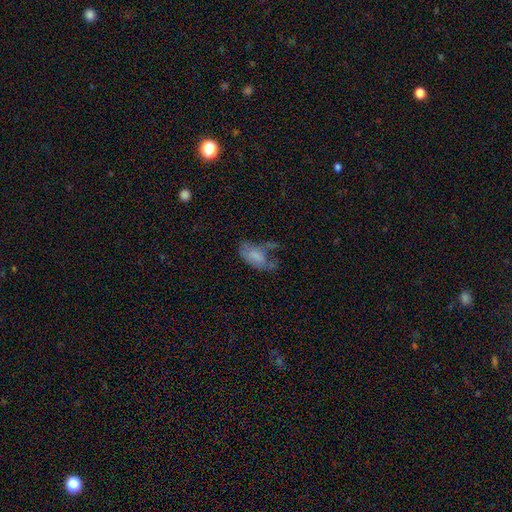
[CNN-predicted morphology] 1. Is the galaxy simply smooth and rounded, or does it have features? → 61% smooth, 28% featured or disk, 11% star or artifact.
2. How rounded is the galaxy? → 92% in between, 5% round, 4% cigar-shaped.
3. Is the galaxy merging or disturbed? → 44% major disturbance, 25% minor disturbance, 23% none, 9% merger.